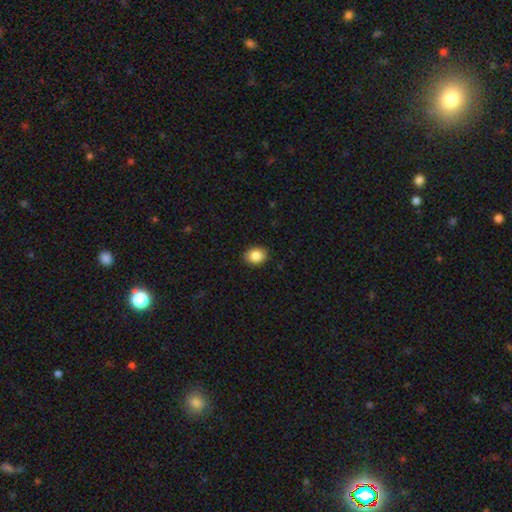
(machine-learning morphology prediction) smooth-or-featured: smooth: 87% | star or artifact: 9% | featured or disk: 5%
  how-rounded: round: 52% | in between: 47% | cigar-shaped: 1%
  merging: none: 90% | minor disturbance: 7% | major disturbance: 2% | merger: 1%